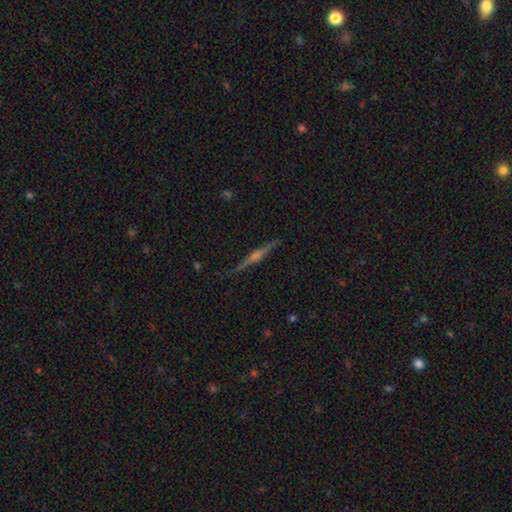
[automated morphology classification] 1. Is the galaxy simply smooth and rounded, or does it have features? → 81% featured or disk, 11% smooth, 7% star or artifact.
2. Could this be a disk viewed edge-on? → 98% yes, 2% no.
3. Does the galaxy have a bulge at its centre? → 83% rounded, 10% boxy, 7% none.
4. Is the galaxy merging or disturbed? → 90% none, 7% minor disturbance, 2% major disturbance, 1% merger.